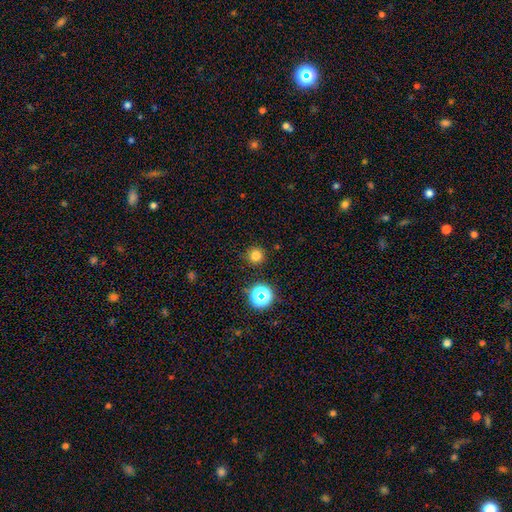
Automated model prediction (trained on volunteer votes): Q: Smooth or featured?
A: smooth (77%); runner-up: star or artifact (18%)
Q: How rounded?
A: round (95%); runner-up: in between (4%)
Q: Merging?
A: none (89%); runner-up: minor disturbance (6%)